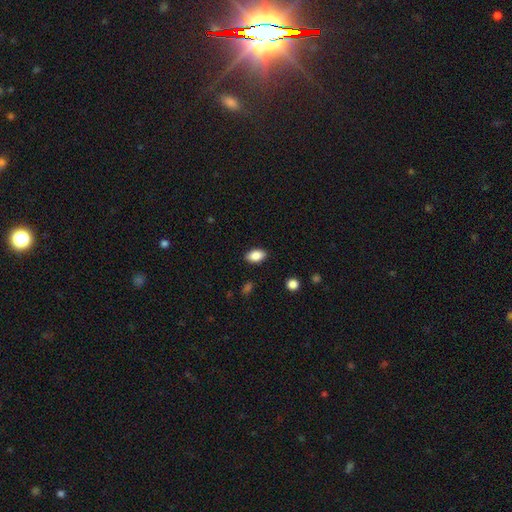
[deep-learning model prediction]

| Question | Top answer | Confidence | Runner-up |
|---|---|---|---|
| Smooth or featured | smooth | 88% | star or artifact (8%) |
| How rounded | in between | 90% | round (8%) |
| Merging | none | 88% | minor disturbance (9%) |